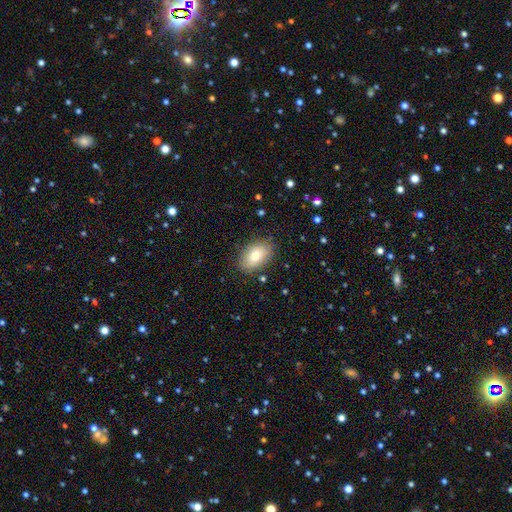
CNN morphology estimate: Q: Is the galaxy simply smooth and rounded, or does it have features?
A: smooth — 77%.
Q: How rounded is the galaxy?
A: in between — 89%.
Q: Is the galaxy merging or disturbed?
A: none — 84%.